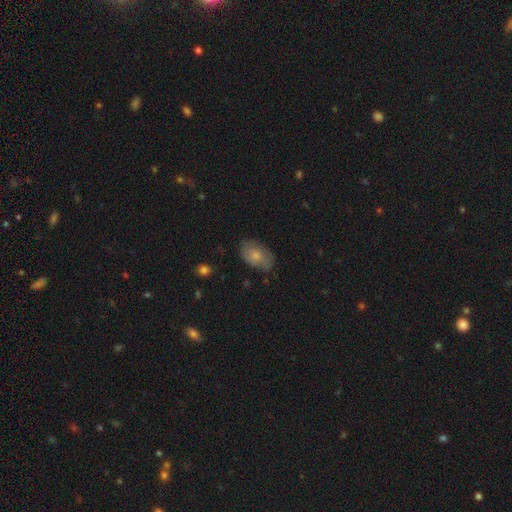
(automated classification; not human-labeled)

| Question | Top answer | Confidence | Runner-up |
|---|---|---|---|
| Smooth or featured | smooth | 70% | featured or disk (23%) |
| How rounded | in between | 90% | round (8%) |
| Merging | none | 74% | minor disturbance (20%) |